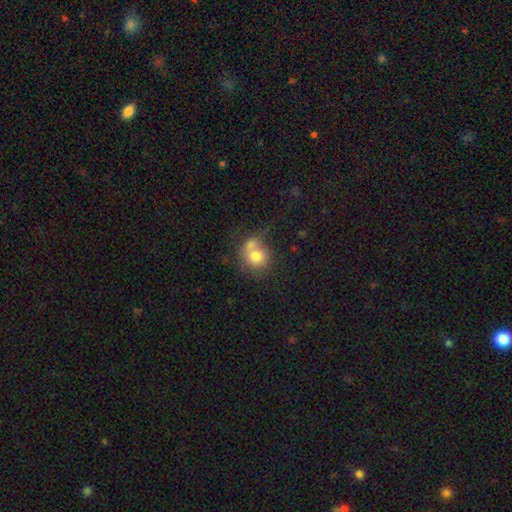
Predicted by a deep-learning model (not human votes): Smooth or featured? Predicted: smooth (p=0.74). How rounded? Predicted: round (p=0.76). Merging? Predicted: merger (p=0.36).